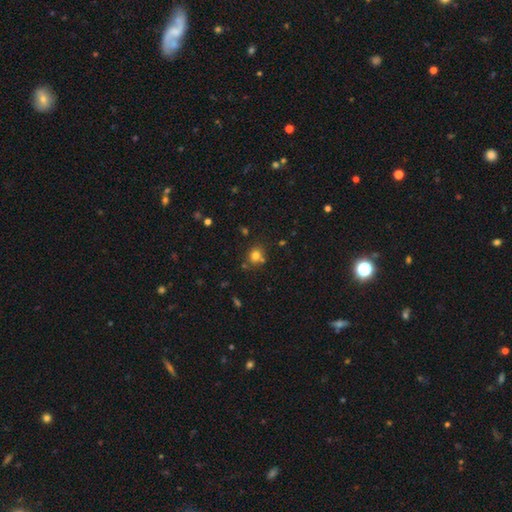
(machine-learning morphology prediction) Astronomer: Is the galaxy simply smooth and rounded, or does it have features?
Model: smooth — 76%.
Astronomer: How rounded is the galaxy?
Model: round — 76%.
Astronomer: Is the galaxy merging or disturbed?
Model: none — 70%.